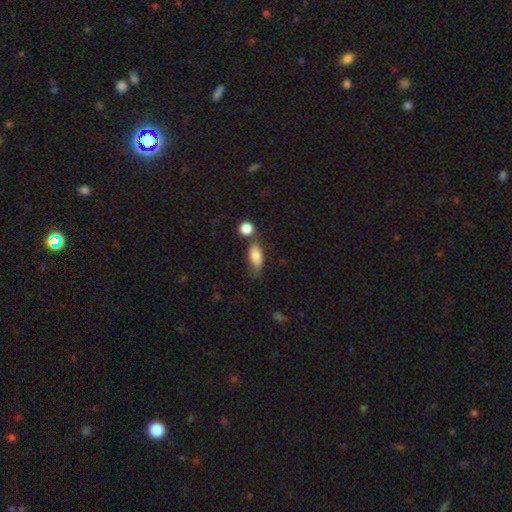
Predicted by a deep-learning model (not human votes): Overall: smooth (82%). How rounded: in between (80%). Merging: none (54%; minor disturbance 20%).